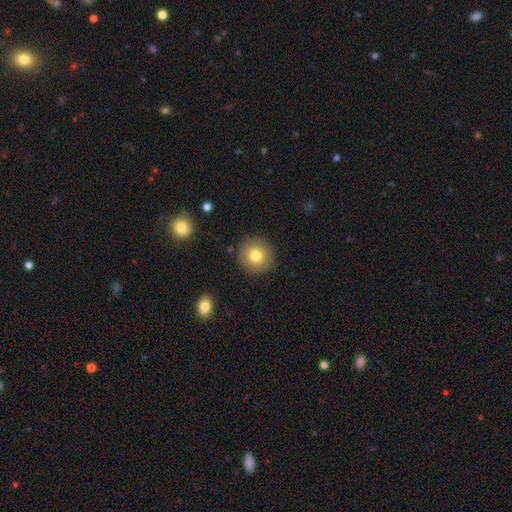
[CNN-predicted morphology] smooth_or_featured: smooth (p=0.78) [alt: featured or disk p=0.12]
how_rounded: round (p=0.95) [alt: in between p=0.04]
merging: none (p=0.89) [alt: minor disturbance p=0.07]